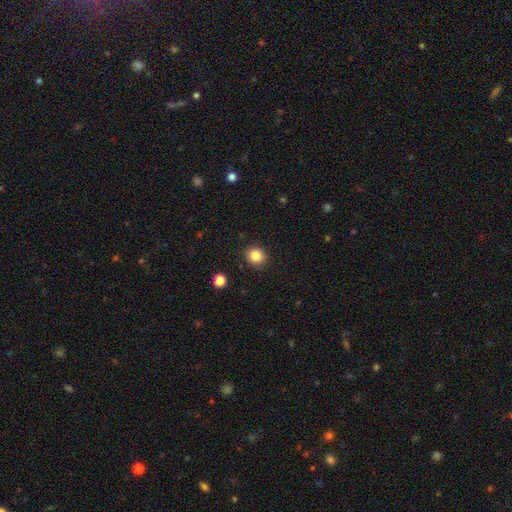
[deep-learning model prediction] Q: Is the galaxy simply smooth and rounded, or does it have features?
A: smooth — 84%.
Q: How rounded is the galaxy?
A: round — 81%.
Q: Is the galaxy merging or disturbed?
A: none — 90%.